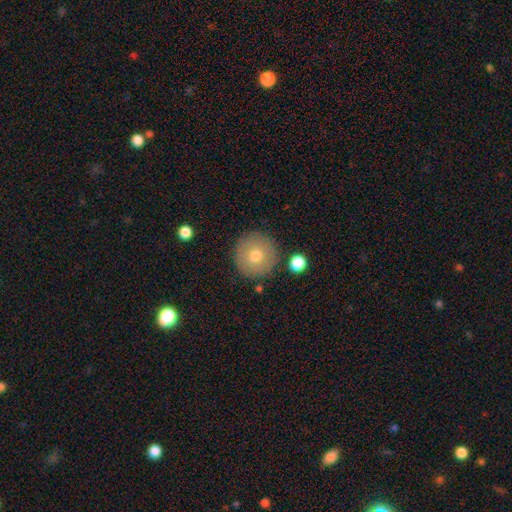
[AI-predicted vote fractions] The model was most divided on "smooth or featured": smooth: 74%, featured or disk: 17%, star or artifact: 9%. More confident: how rounded — round (96%); merging — none (89%).